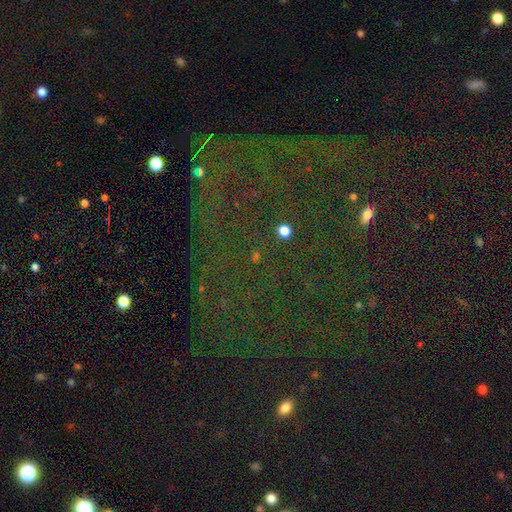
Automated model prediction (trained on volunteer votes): Smooth or featured: star or artifact — 80% (smooth — 11%)